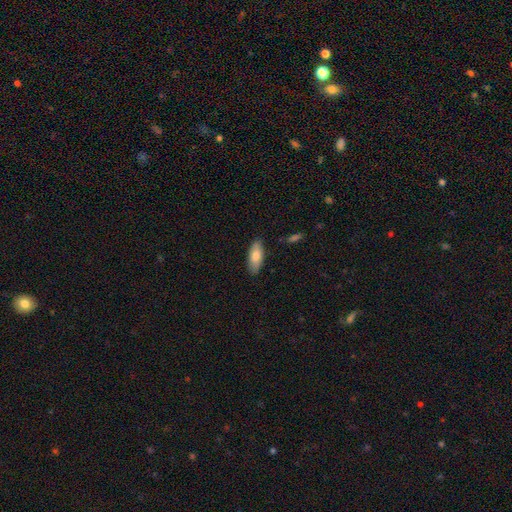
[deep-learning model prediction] Smooth or featured? Predicted: smooth (p=0.76). How rounded? Predicted: in between (p=0.81). Merging? Predicted: none (p=0.86).